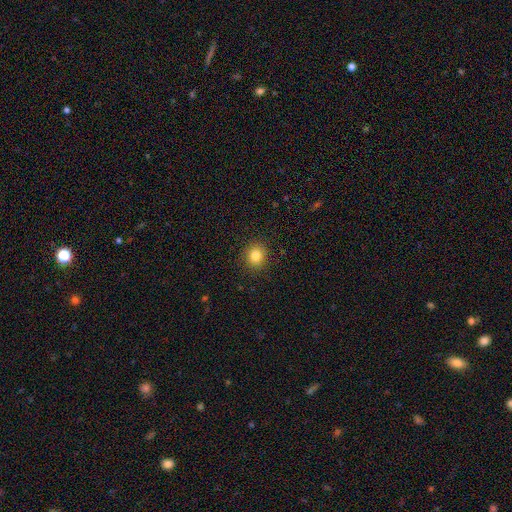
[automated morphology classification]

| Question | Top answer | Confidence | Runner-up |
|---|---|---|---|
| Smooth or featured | smooth | 83% | star or artifact (11%) |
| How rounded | round | 83% | in between (17%) |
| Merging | none | 90% | minor disturbance (7%) |